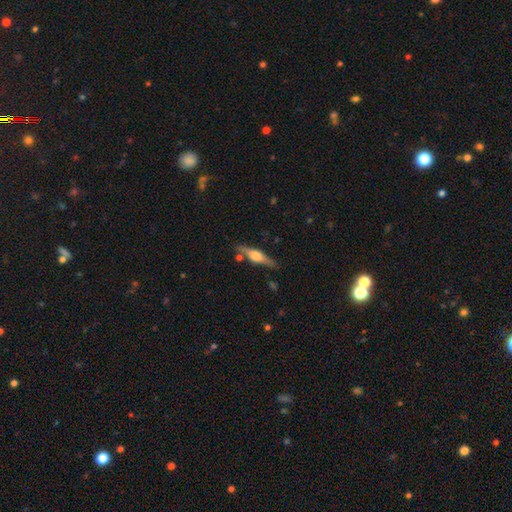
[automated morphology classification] Q: Smooth or featured?
A: featured or disk (69%); runner-up: smooth (25%)
Q: Edge-on disk?
A: yes (97%); runner-up: no (3%)
Q: Edge-on bulge?
A: rounded (90%); runner-up: boxy (8%)
Q: Merging?
A: none (82%); runner-up: minor disturbance (11%)